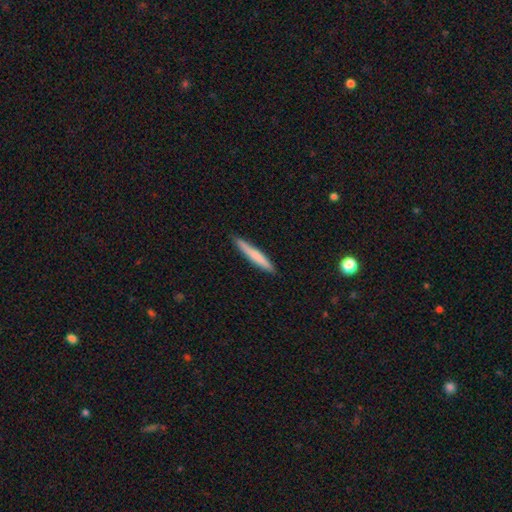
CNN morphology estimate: This appears to be a smooth galaxy with no disk features (67%) that is cigar-shaped (95%). Merging: none (89%).